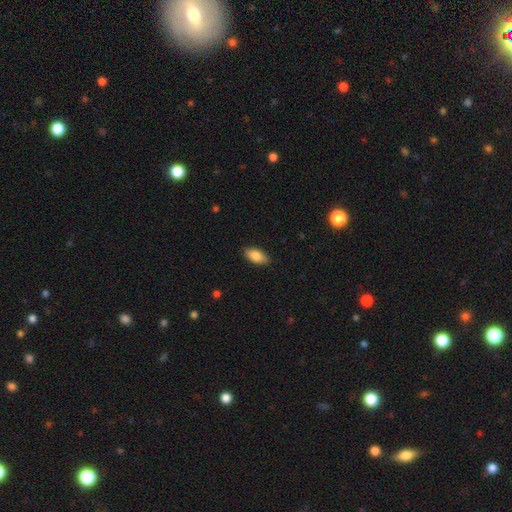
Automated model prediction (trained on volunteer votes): Q: Smooth or featured?
A: smooth (85%); runner-up: featured or disk (8%)
Q: How rounded?
A: in between (90%); runner-up: cigar-shaped (7%)
Q: Merging?
A: none (88%); runner-up: minor disturbance (9%)